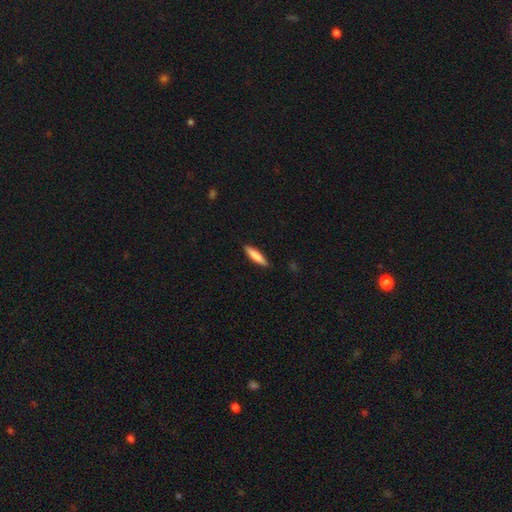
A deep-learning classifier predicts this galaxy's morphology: A smooth galaxy with no disk features (79%) that is cigar-shaped (82%). Merging: none (89%).